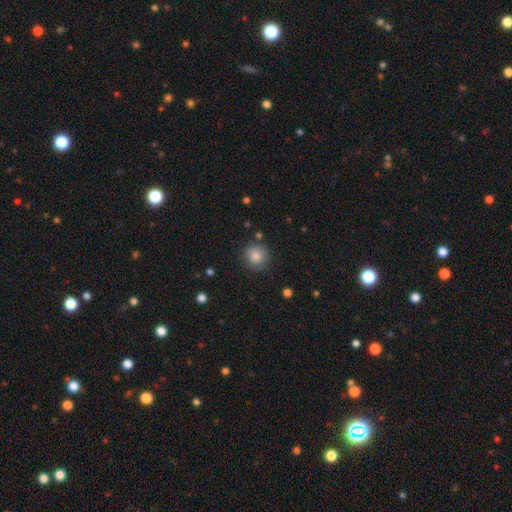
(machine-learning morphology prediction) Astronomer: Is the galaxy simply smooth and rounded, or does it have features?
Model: smooth — 84%.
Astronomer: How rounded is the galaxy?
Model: round — 92%.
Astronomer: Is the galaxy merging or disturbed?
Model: none — 82%.